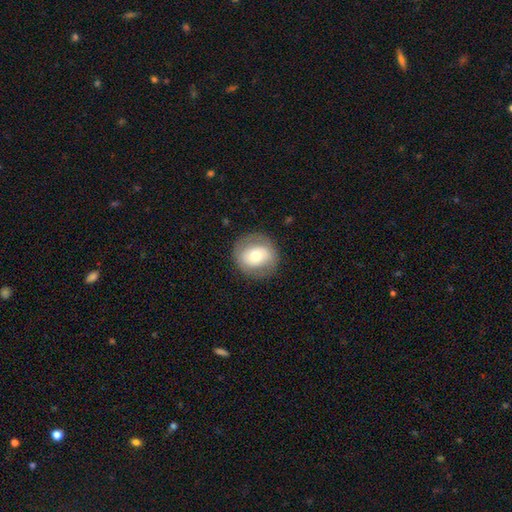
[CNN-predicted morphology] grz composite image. It shows a smooth galaxy with no disk features (59%) that is round (81%). Merging: none (82%).